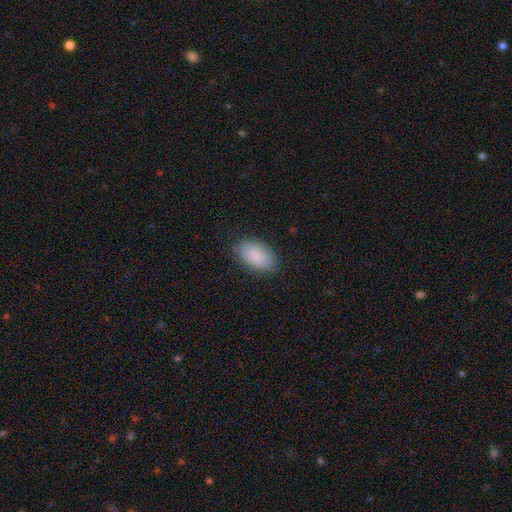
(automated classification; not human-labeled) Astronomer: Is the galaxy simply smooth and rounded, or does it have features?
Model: smooth — 87%.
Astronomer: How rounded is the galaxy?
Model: in between — 94%.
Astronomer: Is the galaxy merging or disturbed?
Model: none — 84%.